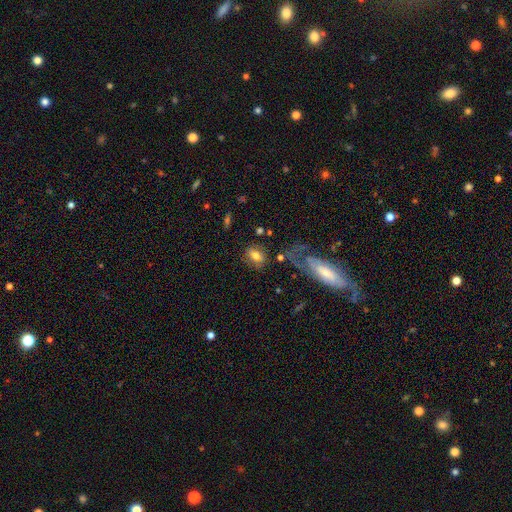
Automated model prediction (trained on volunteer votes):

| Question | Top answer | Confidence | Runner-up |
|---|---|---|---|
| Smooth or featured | smooth | 70% | featured or disk (21%) |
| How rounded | in between | 72% | round (26%) |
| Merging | none | 67% | minor disturbance (15%) |